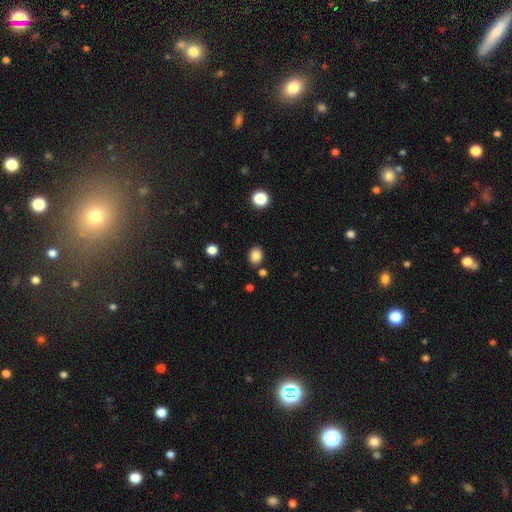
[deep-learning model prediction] This appears to be a smooth galaxy with no disk features (85%) that is round (54%). Merging: none (84%).